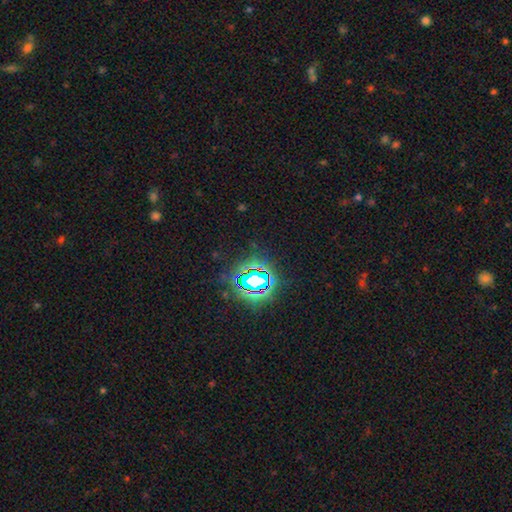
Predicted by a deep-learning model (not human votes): star or artifact 77%, smooth 14%, featured or disk 9%.